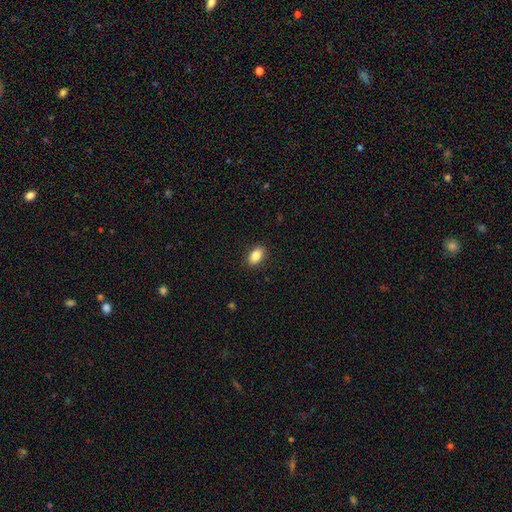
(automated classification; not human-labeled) The model was most divided on "smooth or featured": smooth: 85%, star or artifact: 8%, featured or disk: 7%. More confident: merging — none (89%); how rounded — in between (89%).